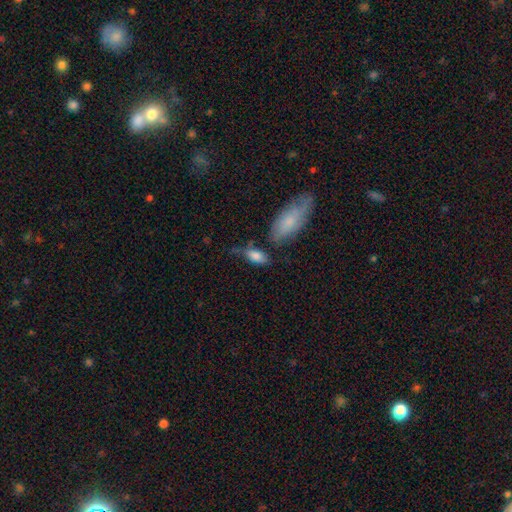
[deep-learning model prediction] Q: Smooth or featured?
A: smooth (81%); runner-up: featured or disk (13%)
Q: How rounded?
A: in between (86%); runner-up: cigar-shaped (10%)
Q: Merging?
A: none (51%); runner-up: minor disturbance (27%)